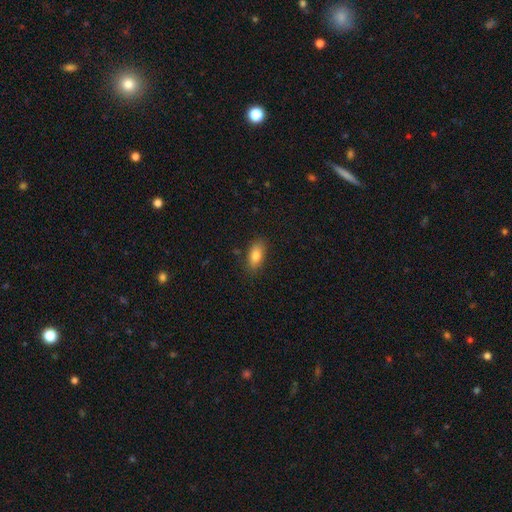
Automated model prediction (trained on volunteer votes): Overall: smooth (83%). How rounded: in between (86%). Merging: none (84%).